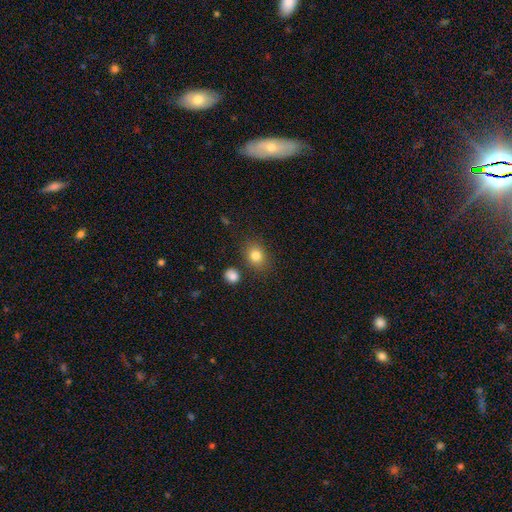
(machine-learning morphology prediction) This is clearly a smooth galaxy (82%). How rounded: possibly round (56%). Merging: clearly none (80%).